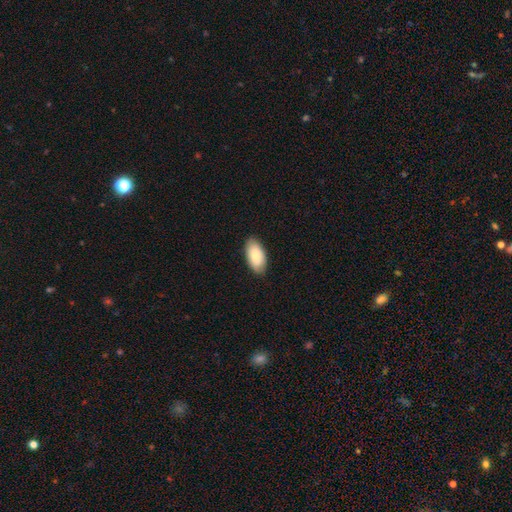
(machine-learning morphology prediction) Q: Smooth or featured?
A: smooth (83%); runner-up: featured or disk (12%)
Q: How rounded?
A: in between (95%); runner-up: cigar-shaped (3%)
Q: Merging?
A: none (84%); runner-up: minor disturbance (13%)